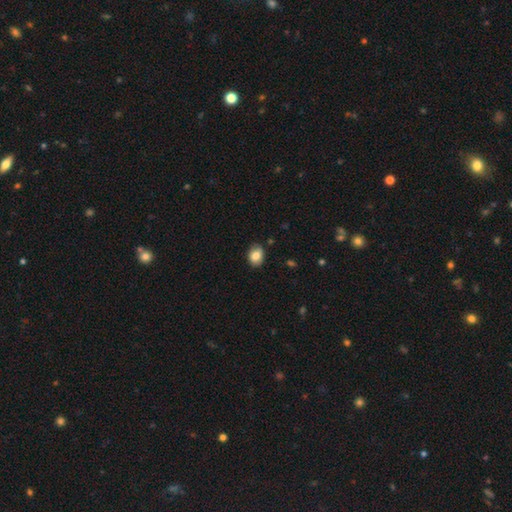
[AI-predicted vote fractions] Smooth or featured? Predicted: smooth (p=0.84). How rounded? Predicted: in between (p=0.71). Merging? Predicted: none (p=0.84).